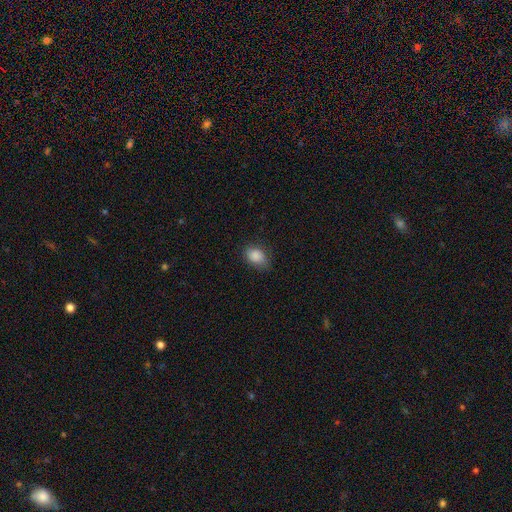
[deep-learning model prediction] smooth 86%, star or artifact 8%, featured or disk 6%. Down the decision tree: how rounded — in between (75%); merging — none (70%).